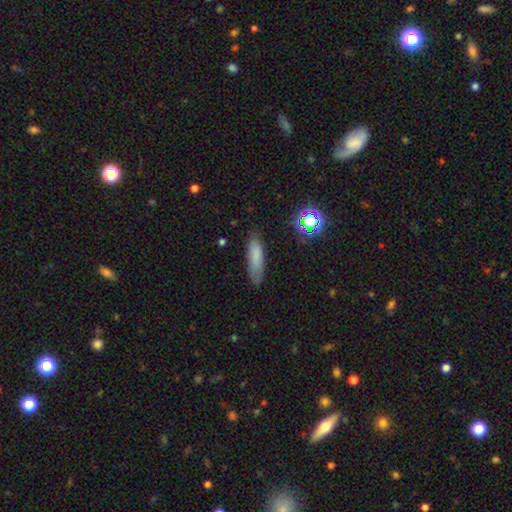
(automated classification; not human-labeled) This is likely a smooth galaxy (76%). How rounded: possibly cigar-shaped (59%). Merging: likely none (74%).